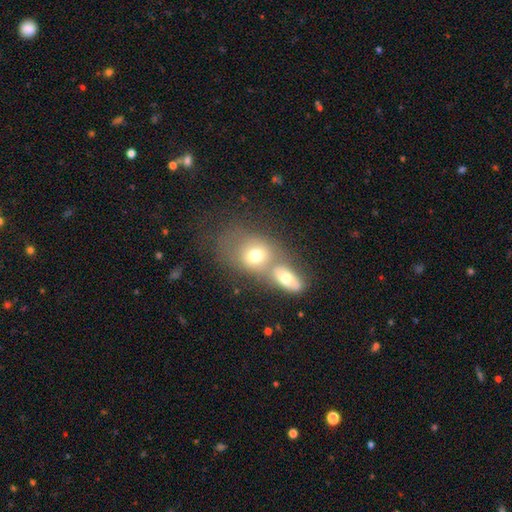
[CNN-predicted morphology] The model was most divided on "how rounded": in between: 54%, round: 44%, cigar-shaped: 2%. More confident: smooth or featured — smooth (66%); merging — merger (61%).